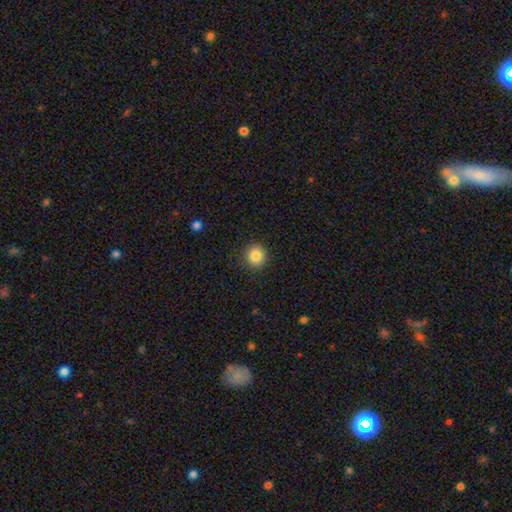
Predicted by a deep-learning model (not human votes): Overall: smooth (85%). How rounded: round (91%). Merging: none (90%).